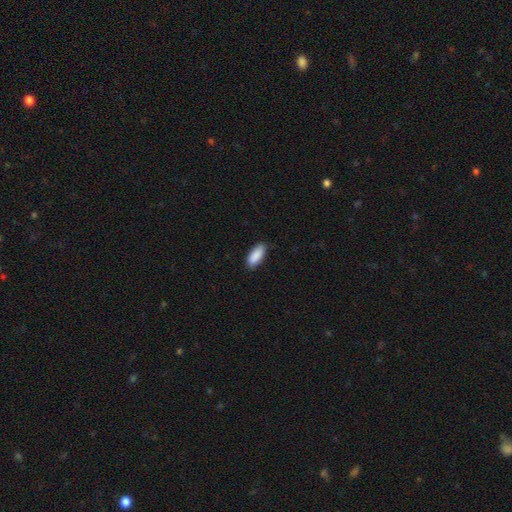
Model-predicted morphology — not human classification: The model was most divided on "how rounded": in between: 84%, cigar-shaped: 15%, round: 2%. More confident: smooth or featured — smooth (90%); merging — none (84%).